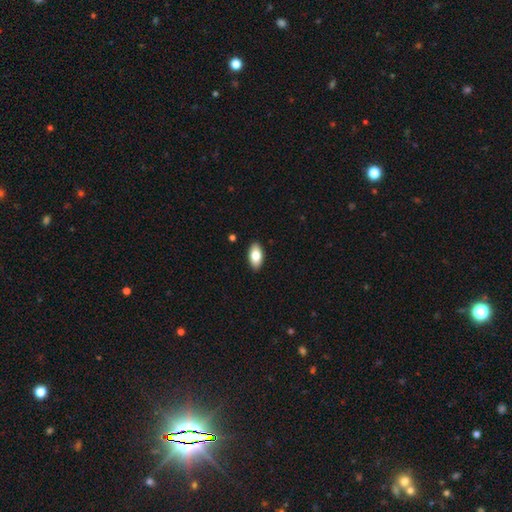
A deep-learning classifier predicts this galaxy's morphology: This appears to be a smooth galaxy with no disk features (79%) that is in between round and cigar-shaped (93%). Merging: none (90%).